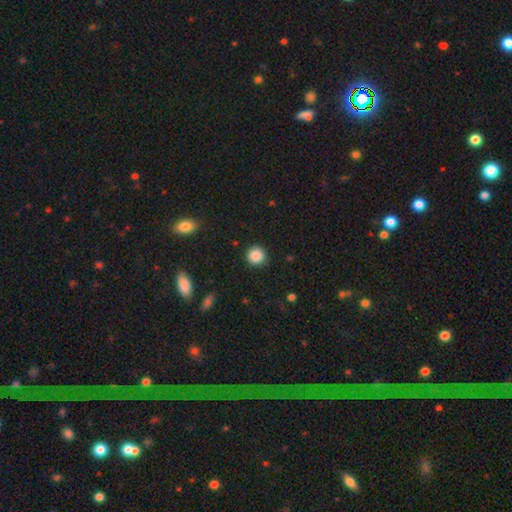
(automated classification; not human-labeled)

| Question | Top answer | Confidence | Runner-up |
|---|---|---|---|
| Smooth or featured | smooth | 87% | star or artifact (10%) |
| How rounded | round | 94% | in between (5%) |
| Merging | none | 91% | minor disturbance (6%) |